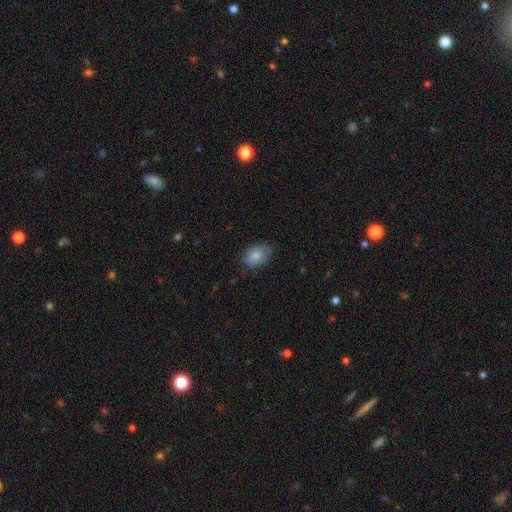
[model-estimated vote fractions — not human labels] A smooth galaxy with no disk features (82%) that is in between round and cigar-shaped (78%). Merging: none (76%).